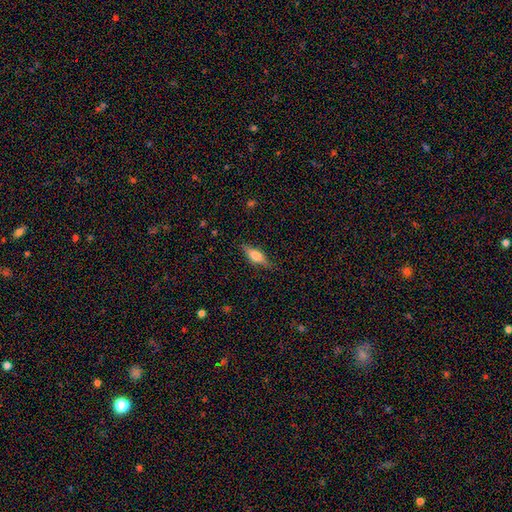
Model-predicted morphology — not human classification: Smooth or featured?
  - smooth: 54% *
  - featured or disk: 38%
  - star or artifact: 7%
How rounded?
  - in between: 55% *
  - cigar-shaped: 41%
  - round: 4%
Merging?
  - none: 83% *
  - minor disturbance: 13%
  - major disturbance: 3%
  - merger: 1%